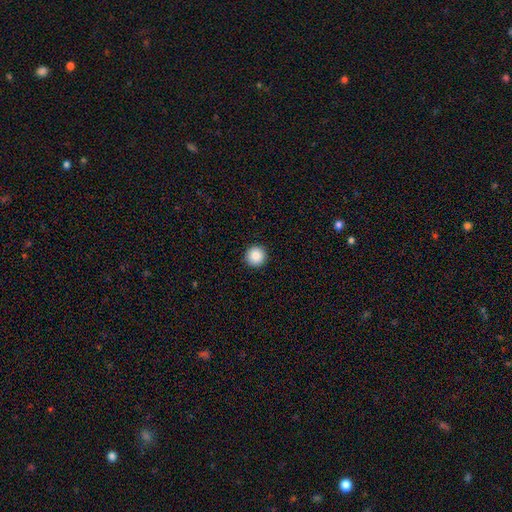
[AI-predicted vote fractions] smooth_or_featured: smooth (p=0.88) [alt: star or artifact p=0.09]
how_rounded: round (p=0.96) [alt: in between p=0.03]
merging: none (p=0.94) [alt: minor disturbance p=0.04]